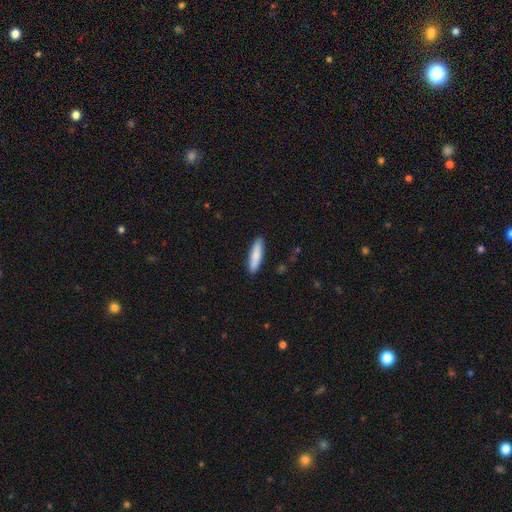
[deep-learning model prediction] Smooth or featured? Predicted: smooth (p=0.81). How rounded? Predicted: cigar-shaped (p=0.75). Merging? Predicted: none (p=0.89).